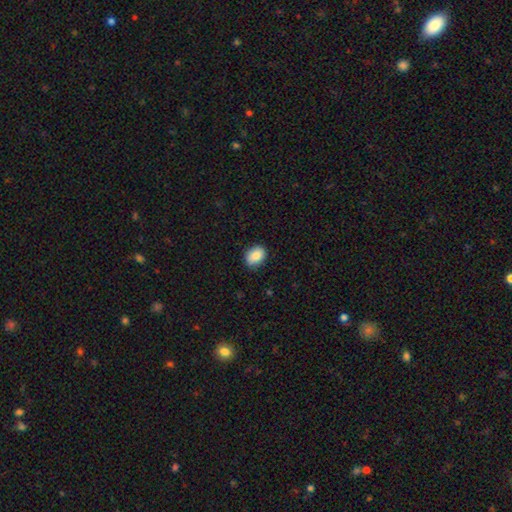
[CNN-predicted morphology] The model was most divided on "how rounded": in between: 65%, round: 34%, cigar-shaped: 1%. More confident: smooth or featured — smooth (86%); merging — none (84%).